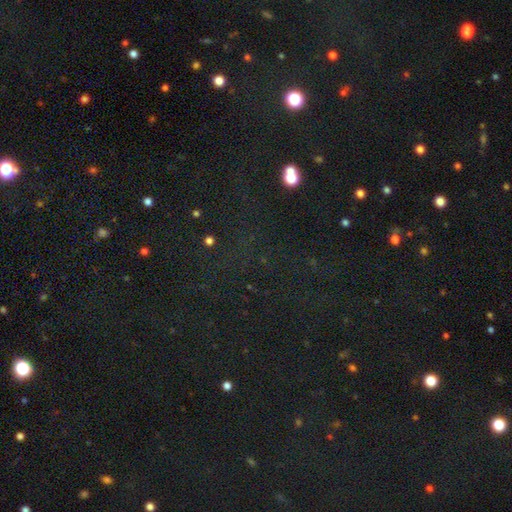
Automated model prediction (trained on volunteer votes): star or artifact 77%, smooth 16%, featured or disk 7%.